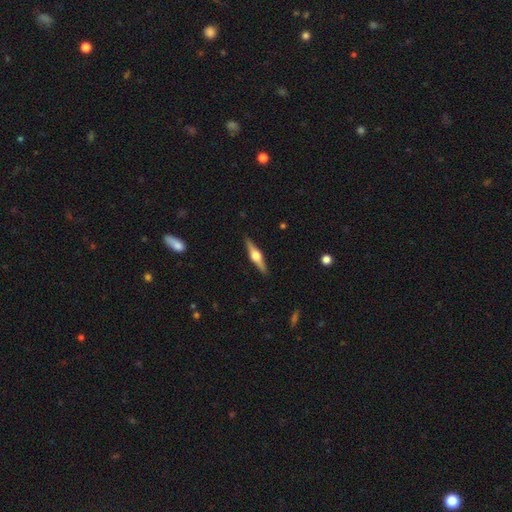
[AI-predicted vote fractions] Smooth or featured? featured or disk (75%)
Edge-on disk? yes (98%)
Edge-on bulge? rounded (94%)
Merging? none (91%)